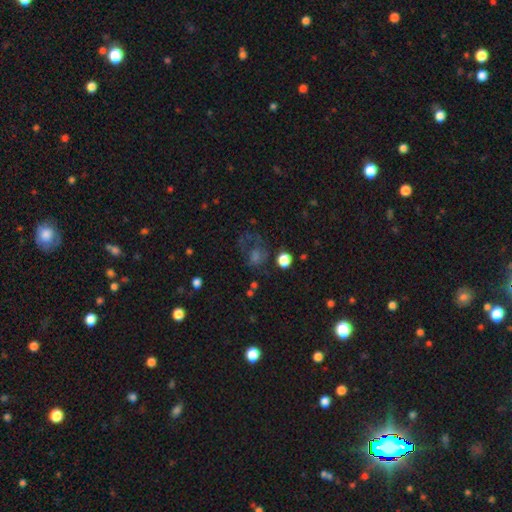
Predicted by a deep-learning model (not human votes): Morphology: type=smooth (40%); merging=none (44%).